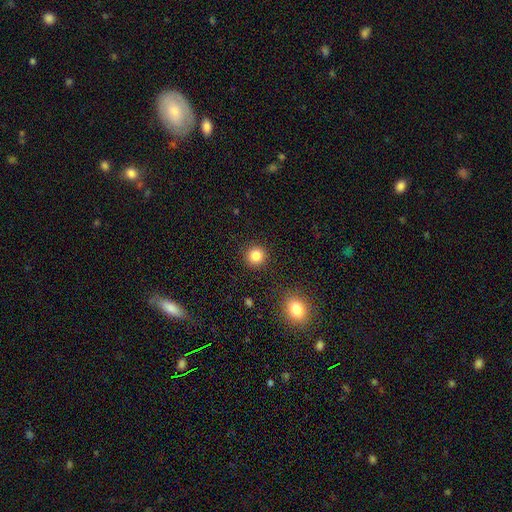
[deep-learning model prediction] This appears to be a smooth galaxy with no disk features (84%) that is round (93%). Merging: none (91%).